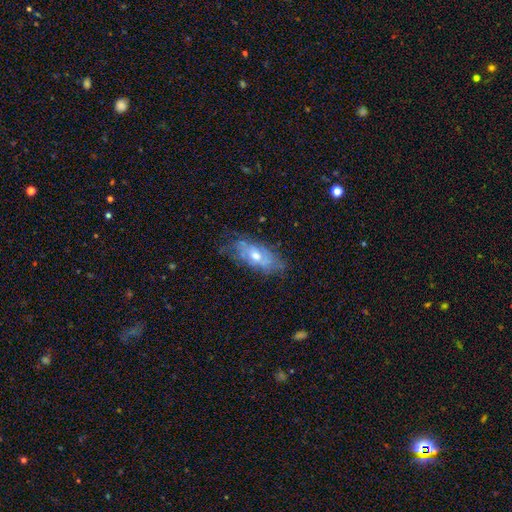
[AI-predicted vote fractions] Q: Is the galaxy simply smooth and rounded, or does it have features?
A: featured or disk — 57%.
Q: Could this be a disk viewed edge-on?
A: no — 81%.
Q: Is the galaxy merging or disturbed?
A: none — 63%.